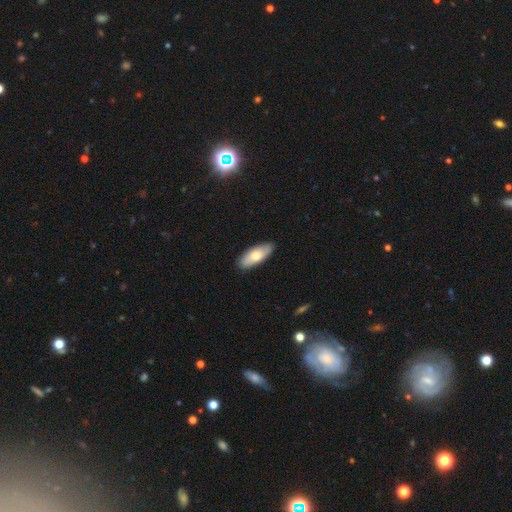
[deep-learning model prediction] Smooth or featured? smooth (68%)
How rounded? in between (80%)
Merging? none (87%)